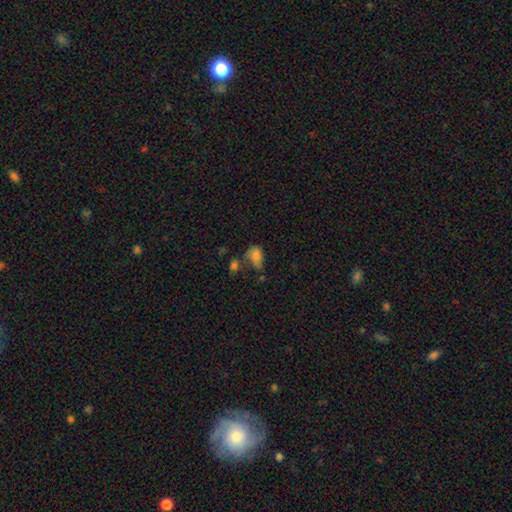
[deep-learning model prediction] smooth-or-featured: smooth: 69% | featured or disk: 20% | star or artifact: 11%
  how-rounded: in between: 84% | round: 14% | cigar-shaped: 2%
  merging: none: 31% | minor disturbance: 28% | major disturbance: 21% | merger: 19%